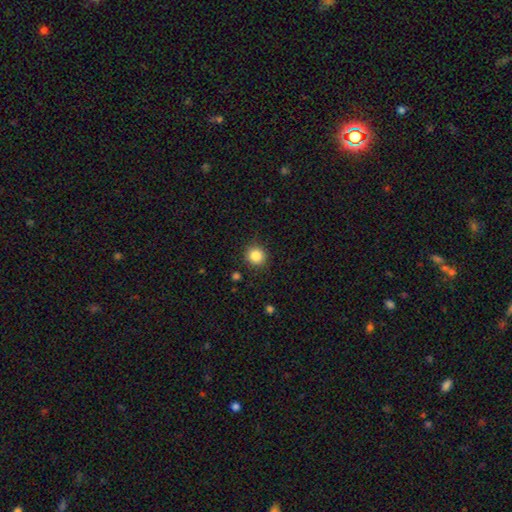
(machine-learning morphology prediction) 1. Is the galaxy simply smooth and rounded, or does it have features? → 86% smooth, 10% star or artifact, 4% featured or disk.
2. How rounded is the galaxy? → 92% round, 7% in between, 1% cigar-shaped.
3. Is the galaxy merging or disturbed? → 89% none, 7% minor disturbance, 2% major disturbance, 1% merger.